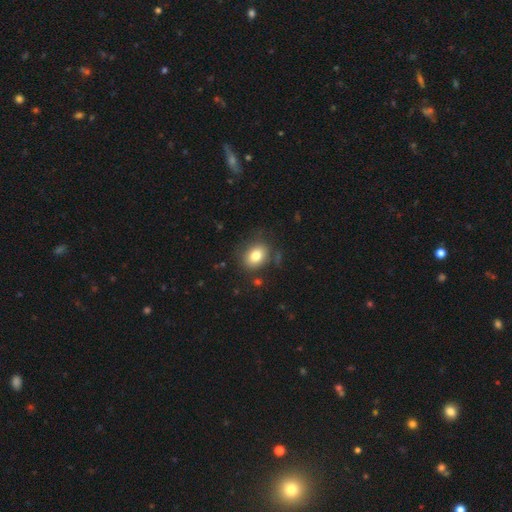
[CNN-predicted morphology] This is likely a smooth galaxy (79%). How rounded: possibly in between (53%). Merging: likely none (79%).